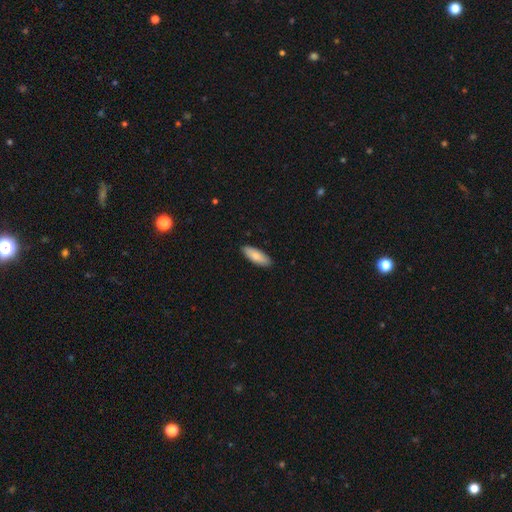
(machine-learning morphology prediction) A smooth galaxy with no disk features (80%) that is in between round and cigar-shaped (74%).

Vote fractions:
- Smooth or featured? smooth: 80% / featured or disk: 14% / star or artifact: 5%
- How rounded? in between: 74% / cigar-shaped: 24% / round: 2%
- Merging? none: 89% / minor disturbance: 9% / major disturbance: 1% / merger: 1%